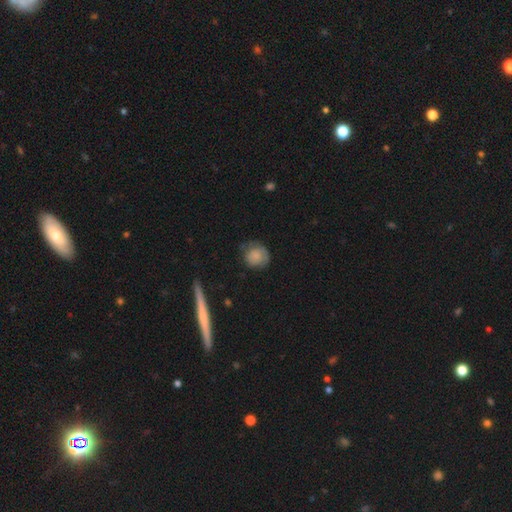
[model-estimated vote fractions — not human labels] A smooth galaxy with no disk features (69%) that is round (83%).

Vote fractions:
- Smooth or featured? smooth: 69% / featured or disk: 24% / star or artifact: 7%
- How rounded? round: 83% / in between: 16% / cigar-shaped: 1%
- Merging? none: 60% / minor disturbance: 28% / major disturbance: 10% / merger: 2%